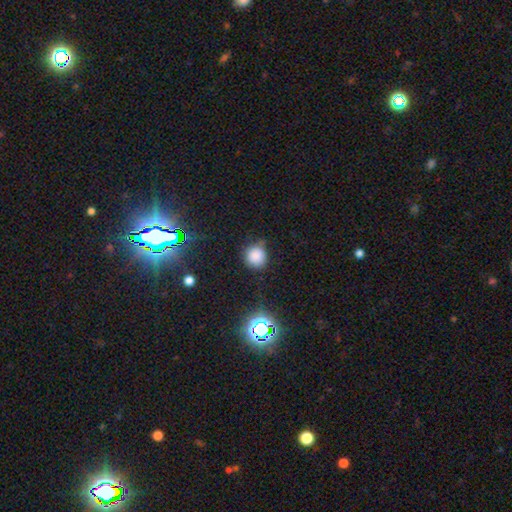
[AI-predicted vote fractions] Smooth or featured? Predicted: smooth (p=0.81). How rounded? Predicted: round (p=0.90). Merging? Predicted: none (p=0.75).